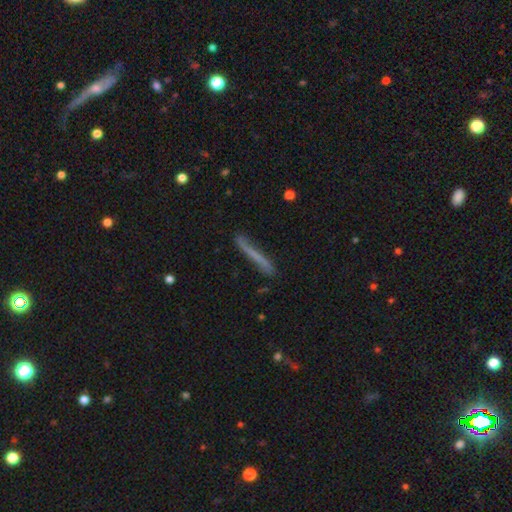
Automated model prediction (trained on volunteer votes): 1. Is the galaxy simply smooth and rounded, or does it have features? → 52% smooth, 41% featured or disk, 8% star or artifact.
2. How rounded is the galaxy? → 95% cigar-shaped, 3% in between, 2% round.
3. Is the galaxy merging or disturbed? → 77% none, 17% minor disturbance, 4% major disturbance, 2% merger.